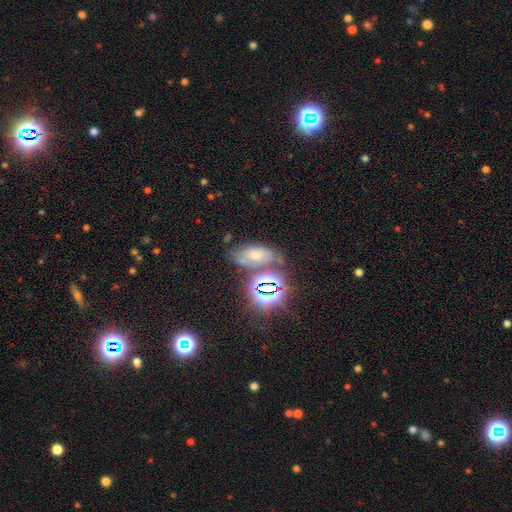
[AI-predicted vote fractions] A smooth galaxy with no disk features (43%). Merging: none (57%).